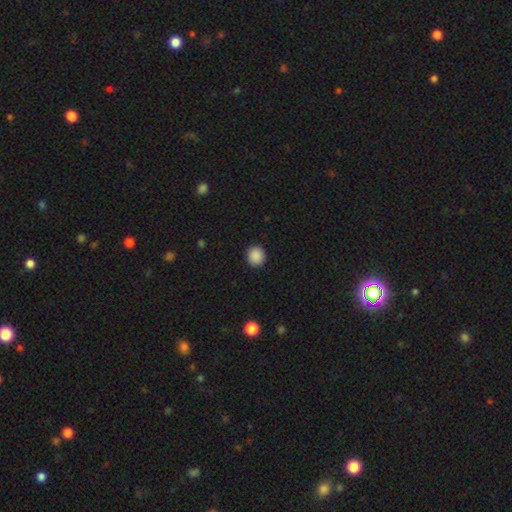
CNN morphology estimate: A smooth galaxy with no disk features (89%) that is round (87%).

Vote fractions:
- Smooth or featured? smooth: 89% / star or artifact: 8% / featured or disk: 2%
- How rounded? round: 87% / in between: 12% / cigar-shaped: 1%
- Merging? none: 91% / minor disturbance: 6% / major disturbance: 2% / merger: 1%